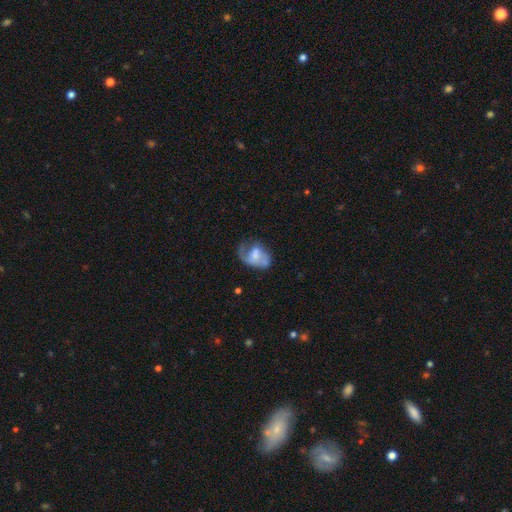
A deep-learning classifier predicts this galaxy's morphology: This appears to be a featured or disk galaxy (57%) with no bar (64%), spiral arms (67%) and a moderate central bulge (35%). Merging: major disturbance (37%).